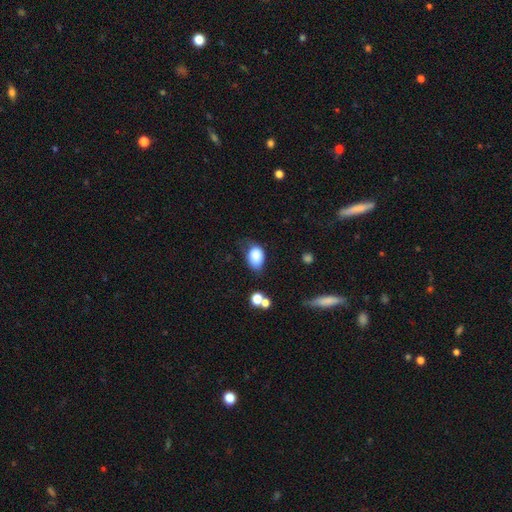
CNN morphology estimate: Smooth or featured: smooth — 85% (star or artifact — 8%)
How rounded: in between — 82% (round — 17%)
Merging: none — 49% (minor disturbance — 34%)